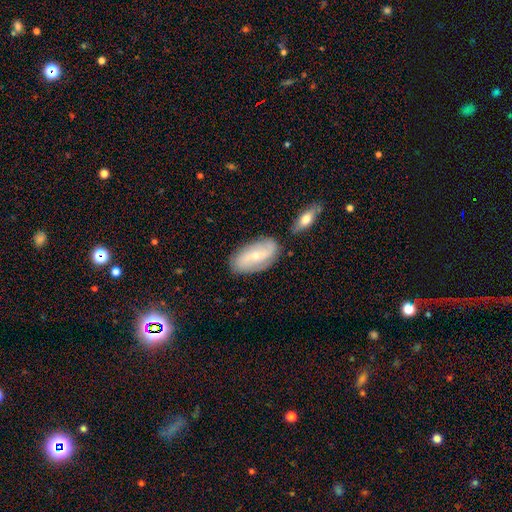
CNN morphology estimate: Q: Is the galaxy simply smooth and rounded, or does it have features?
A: featured or disk — 61%.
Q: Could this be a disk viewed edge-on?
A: no — 91%.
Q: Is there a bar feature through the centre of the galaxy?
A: no — 58%.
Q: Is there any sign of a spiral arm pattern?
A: yes — 83%.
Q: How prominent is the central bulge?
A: small — 69%.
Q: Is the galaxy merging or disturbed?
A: none — 77%.